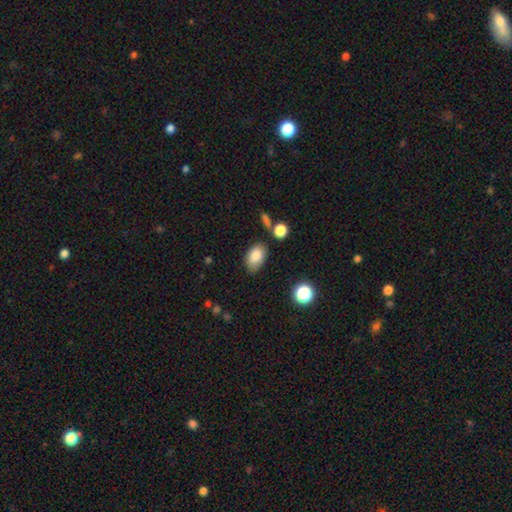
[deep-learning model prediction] This appears to be a smooth galaxy with no disk features (85%) that is in between round and cigar-shaped (91%). Merging: none (74%).